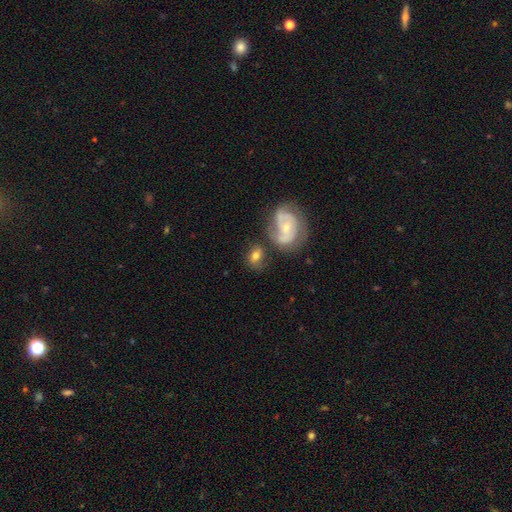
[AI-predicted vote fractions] This appears to be a smooth galaxy with no disk features (53%) that is in between round and cigar-shaped (59%). Merging: none (53%).